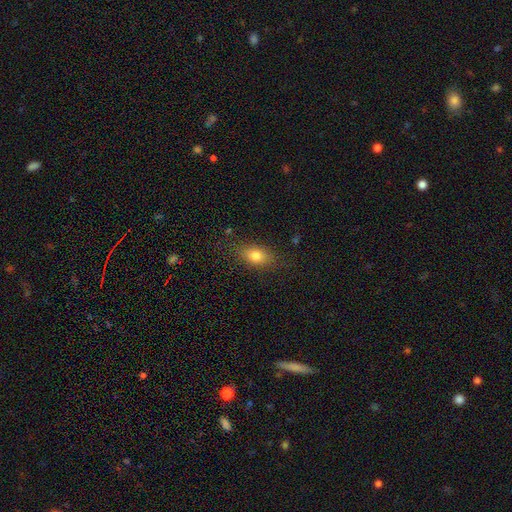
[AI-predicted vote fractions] This appears to be a smooth galaxy with no disk features (79%) that is in between round and cigar-shaped (80%). Merging: none (80%).